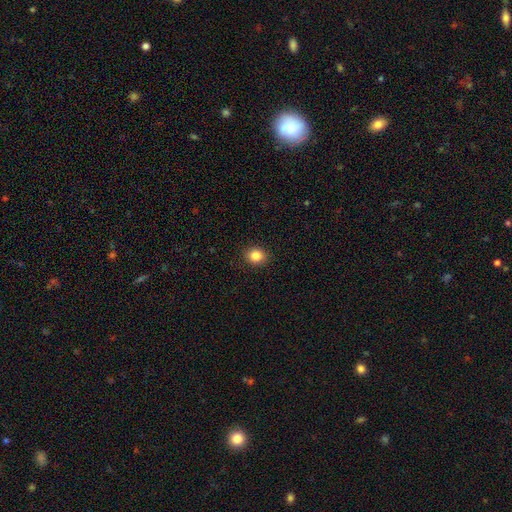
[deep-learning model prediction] A smooth galaxy with no disk features (85%) that is round (69%). Merging: none (91%).